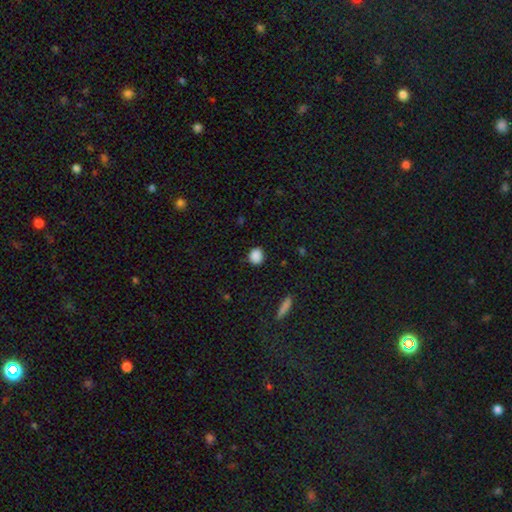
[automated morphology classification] smooth 88%, star or artifact 9%, featured or disk 3%. Down the decision tree: how rounded — round (77%); merging — none (86%).